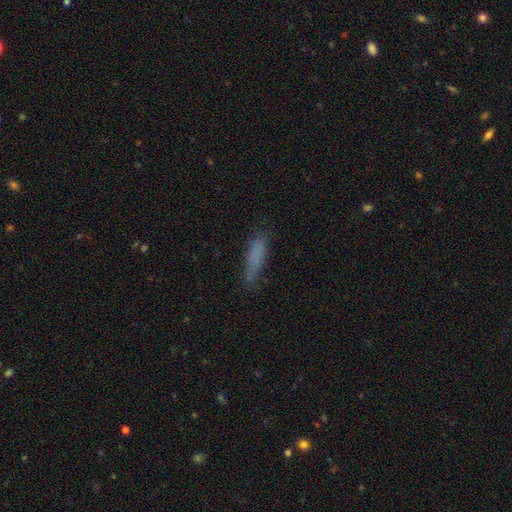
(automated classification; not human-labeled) Smooth or featured? Predicted: smooth (p=0.77). How rounded? Predicted: cigar-shaped (p=0.76). Merging? Predicted: none (p=0.69).